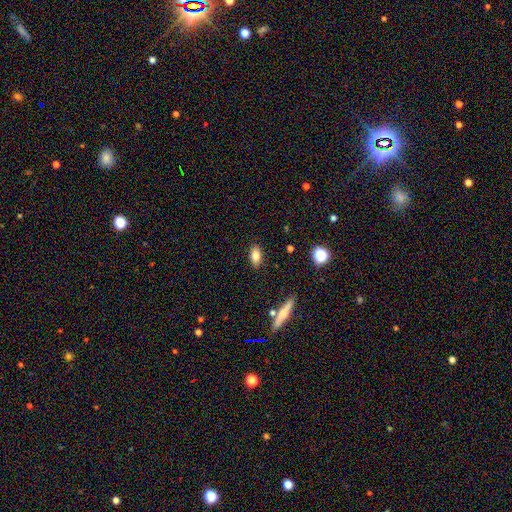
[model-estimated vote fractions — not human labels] This is likely a smooth galaxy (80%). How rounded: clearly in between (87%). Merging: clearly none (86%).